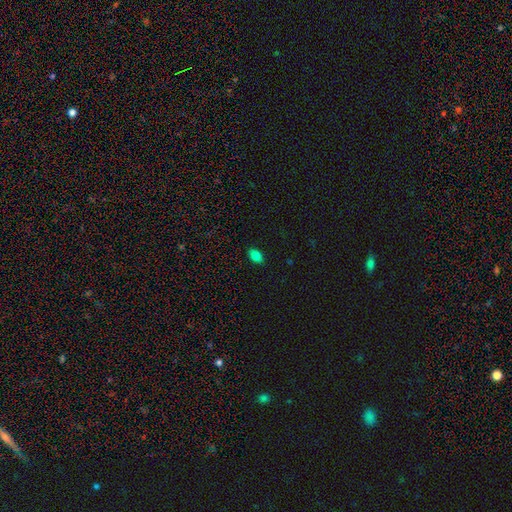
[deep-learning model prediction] smooth-or-featured: smooth: 83% | star or artifact: 11% | featured or disk: 5%
  how-rounded: in between: 88% | round: 11% | cigar-shaped: 2%
  merging: none: 88% | minor disturbance: 9% | major disturbance: 2% | merger: 1%